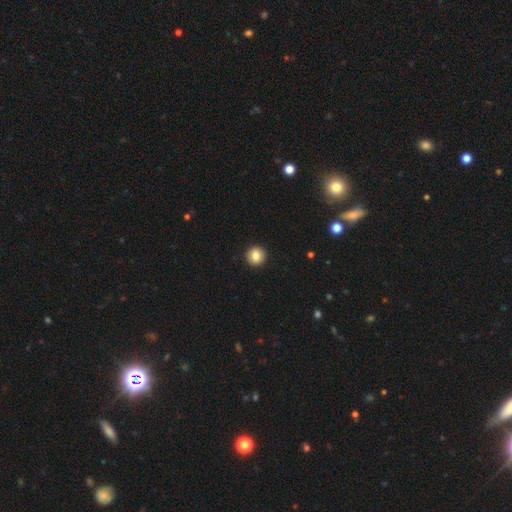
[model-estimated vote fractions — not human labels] A smooth galaxy with no disk features (84%) that is round (92%).

Vote fractions:
- Smooth or featured? smooth: 84% / star or artifact: 9% / featured or disk: 7%
- How rounded? round: 92% / in between: 7% / cigar-shaped: 1%
- Merging? none: 93% / minor disturbance: 4% / major disturbance: 1% / merger: 1%